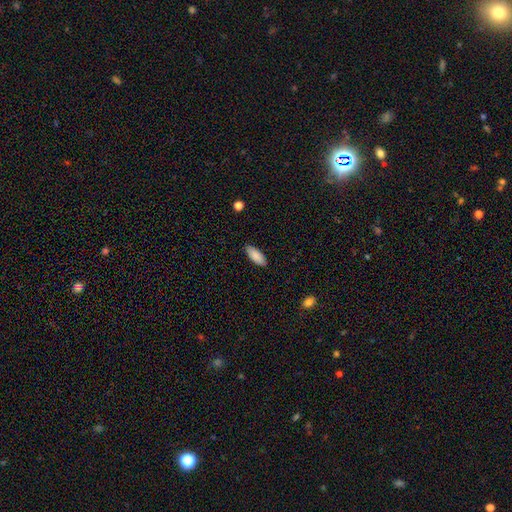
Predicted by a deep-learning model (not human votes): The model was most divided on "how rounded": in between: 82%, cigar-shaped: 17%, round: 2%. More confident: smooth or featured — smooth (88%); merging — none (87%).